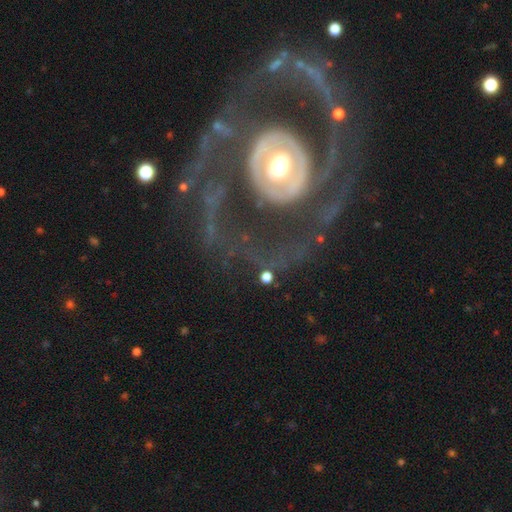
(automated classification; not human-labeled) A featured or disk galaxy (80%) with no bar (64%), spiral arms (57%) and a moderate central bulge (58%).

Vote fractions:
- Smooth or featured? featured or disk: 80% / smooth: 13% / star or artifact: 7%
- Edge-on disk? no: 95% / yes: 5%
- Bar? no: 64% / weak: 20% / strong: 16%
- Spiral arms? yes: 57% / no: 43%
- Bulge size? moderate: 58% / large: 21% / small: 15% / dominant: 3% / none: 2%
- Merging? none: 69% / major disturbance: 17% / minor disturbance: 11% / merger: 3%